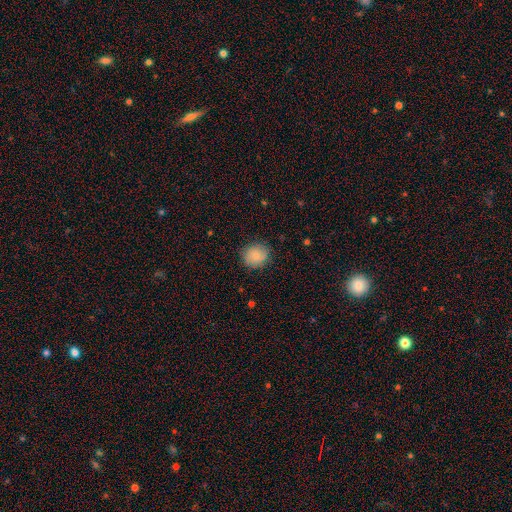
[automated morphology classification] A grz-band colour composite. It shows a smooth galaxy with no disk features (82%) that is round (81%). Merging: none (83%).